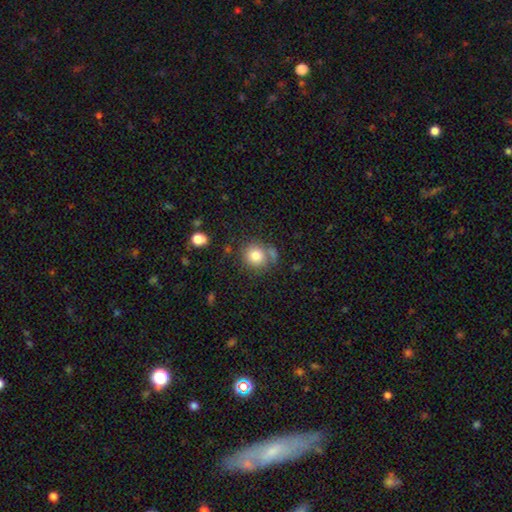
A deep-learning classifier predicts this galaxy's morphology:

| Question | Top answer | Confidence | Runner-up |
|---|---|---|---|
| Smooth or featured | smooth | 81% | star or artifact (10%) |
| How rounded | round | 86% | in between (13%) |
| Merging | none | 67% | minor disturbance (14%) |